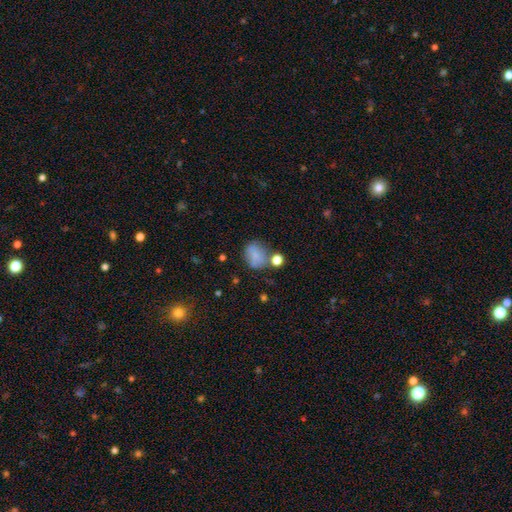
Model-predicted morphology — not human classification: smooth_or_featured: smooth (p=0.73) [alt: featured or disk p=0.15]
how_rounded: in between (p=0.50) [alt: round p=0.49]
merging: none (p=0.51) [alt: minor disturbance p=0.22]